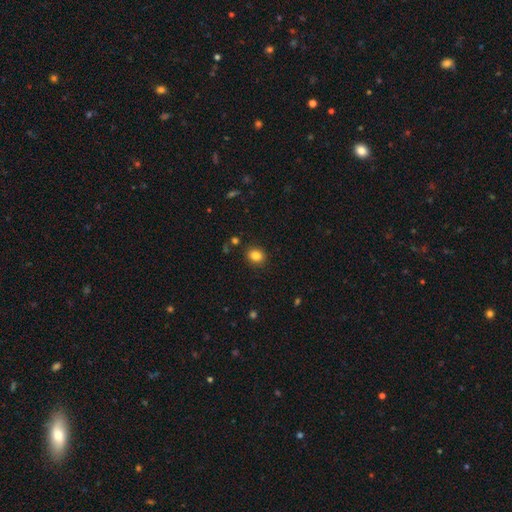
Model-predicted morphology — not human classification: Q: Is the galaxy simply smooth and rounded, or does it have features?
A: smooth — 84%.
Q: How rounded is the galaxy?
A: round — 58%.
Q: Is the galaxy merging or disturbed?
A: none — 88%.